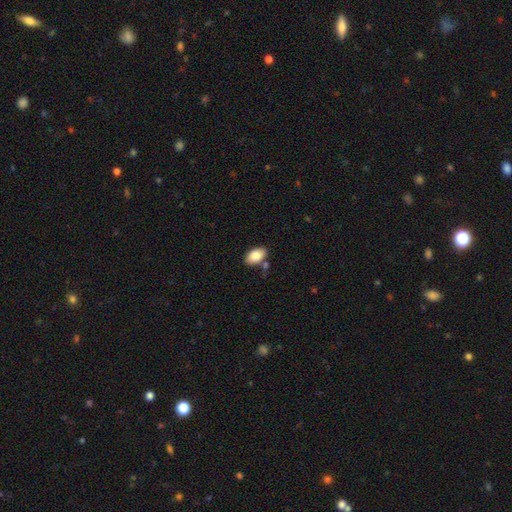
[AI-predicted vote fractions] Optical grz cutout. It shows a smooth galaxy with no disk features (84%) that is in between round and cigar-shaped (93%). Merging: none (76%).